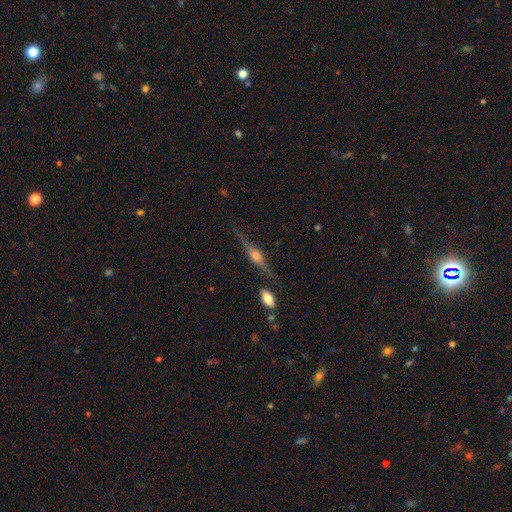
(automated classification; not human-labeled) This is likely a featured or disk galaxy (80%). It is clearly viewed edge-on (97%). Edge-on bulge: clearly rounded (91%). Merging: clearly none (81%).